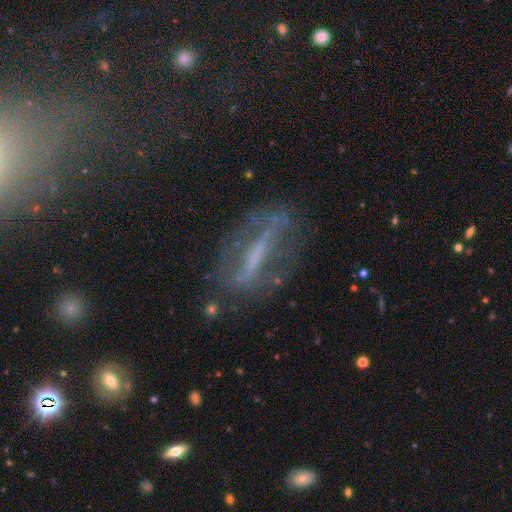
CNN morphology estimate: The model was most divided on "edge-on disk": no: 66%, yes: 34%. More confident: smooth or featured — featured or disk (65%); merging — none (62%).